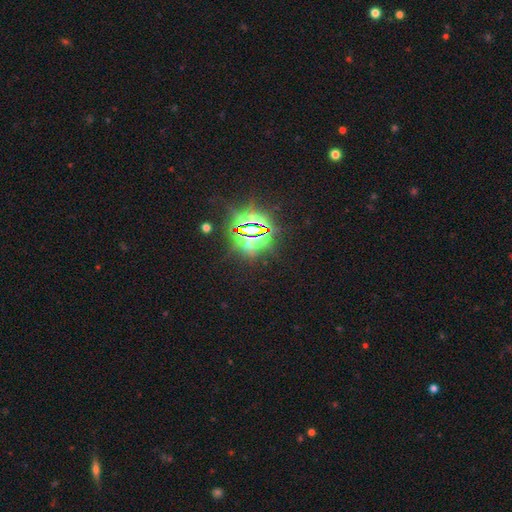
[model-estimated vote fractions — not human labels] Overall: star or artifact (85%).